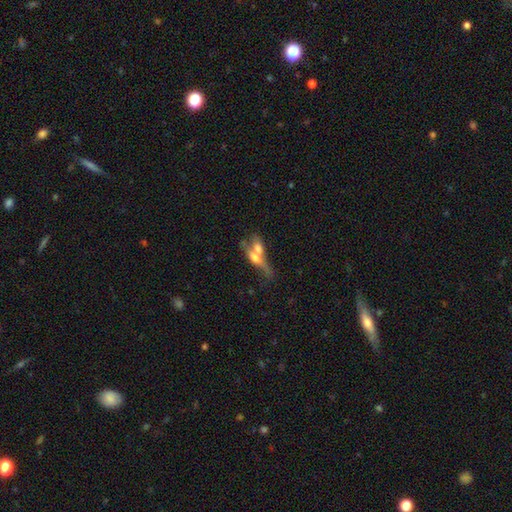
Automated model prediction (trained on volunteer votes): This appears to be a smooth galaxy with no disk features (47%). Merging: merger (68%).